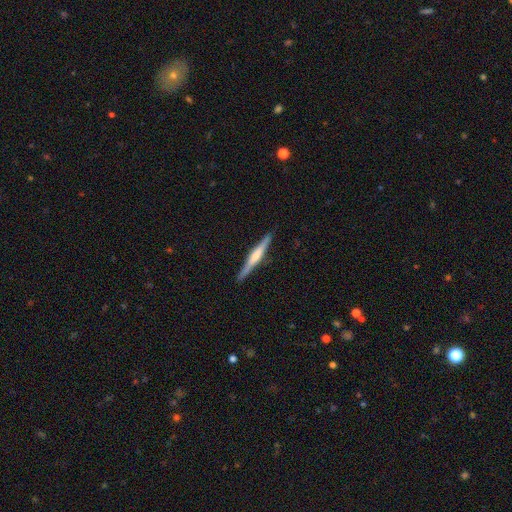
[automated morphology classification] This is likely a featured or disk galaxy (69%). It is clearly viewed edge-on (98%). Edge-on bulge: likely rounded (66%). Merging: clearly none (91%).